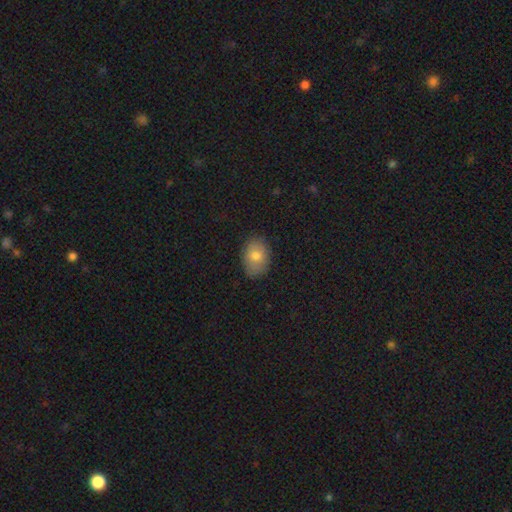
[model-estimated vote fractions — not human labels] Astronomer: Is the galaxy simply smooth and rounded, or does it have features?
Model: smooth — 78%.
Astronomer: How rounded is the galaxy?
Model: in between — 79%.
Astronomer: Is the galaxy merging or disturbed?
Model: none — 82%.